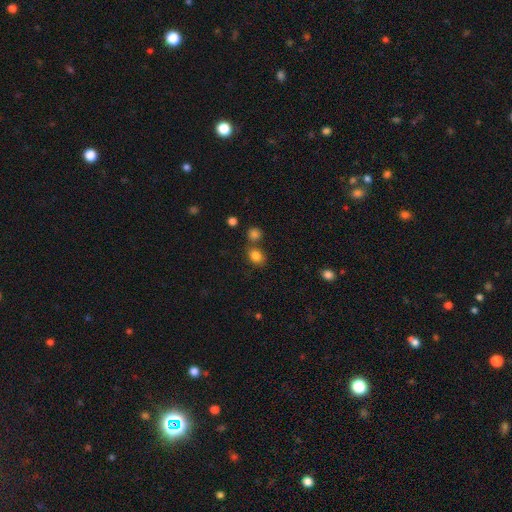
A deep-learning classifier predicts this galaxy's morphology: This is clearly a smooth galaxy (83%). How rounded: possibly in between (50%). Merging: likely none (66%).